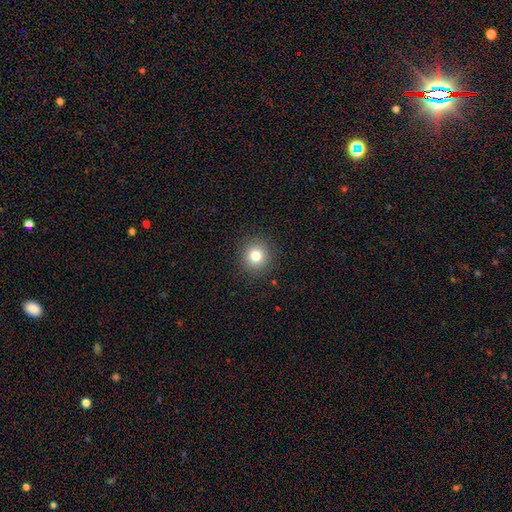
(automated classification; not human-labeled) Smooth or featured? Predicted: smooth (p=0.80). How rounded? Predicted: round (p=0.92). Merging? Predicted: none (p=0.90).